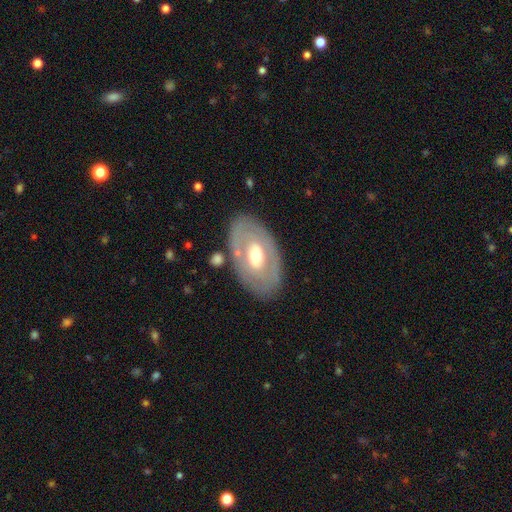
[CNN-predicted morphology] smooth_or_featured: featured or disk (p=0.57) [alt: smooth p=0.37]
disk_edge_on: no (p=0.89) [alt: yes p=0.11]
bar: no (p=0.65) [alt: weak p=0.24]
has_spiral_arms: no (p=0.82) [alt: yes p=0.18]
bulge_size: moderate (p=0.67) [alt: small p=0.18]
merging: none (p=0.80) [alt: minor disturbance p=0.12]